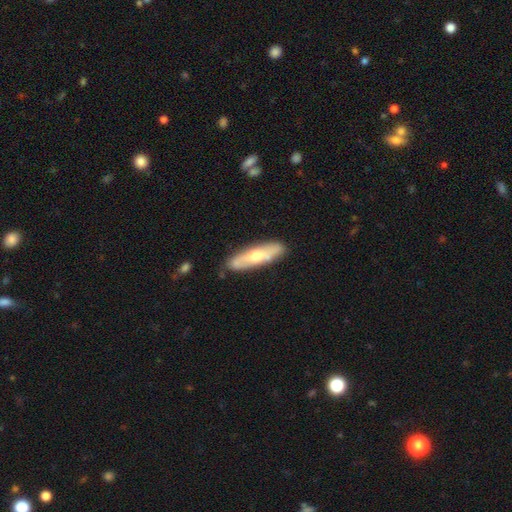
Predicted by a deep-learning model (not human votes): smooth-or-featured: featured or disk: 50% | smooth: 45% | star or artifact: 5%
  merging: none: 81% | minor disturbance: 14% | major disturbance: 3% | merger: 3%